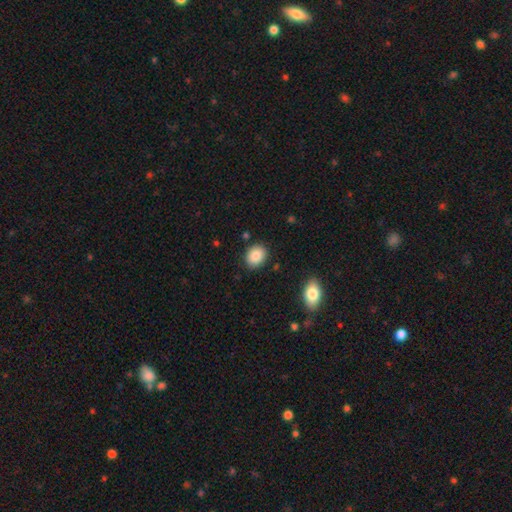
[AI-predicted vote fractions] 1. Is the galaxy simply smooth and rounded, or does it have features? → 86% smooth, 8% star or artifact, 6% featured or disk.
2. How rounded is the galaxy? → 52% in between, 47% round, 1% cigar-shaped.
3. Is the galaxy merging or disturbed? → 87% none, 9% minor disturbance, 2% major disturbance, 2% merger.